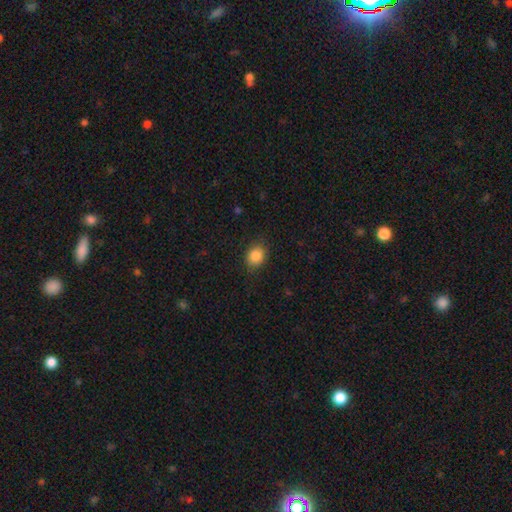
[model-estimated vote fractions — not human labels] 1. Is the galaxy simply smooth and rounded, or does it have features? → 86% smooth, 9% star or artifact, 5% featured or disk.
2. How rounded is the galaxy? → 53% round, 46% in between, 1% cigar-shaped.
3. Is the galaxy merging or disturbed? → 83% none, 13% minor disturbance, 3% major disturbance, 1% merger.